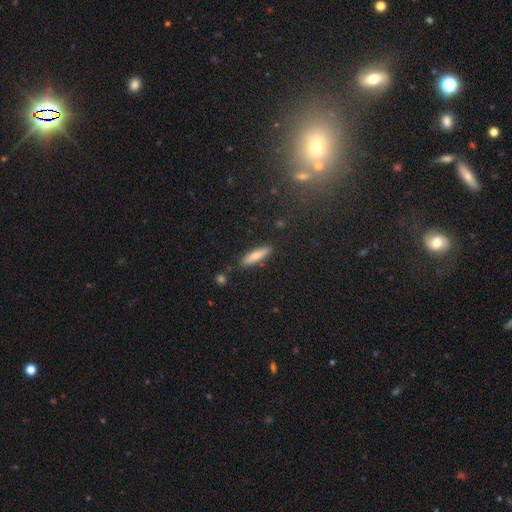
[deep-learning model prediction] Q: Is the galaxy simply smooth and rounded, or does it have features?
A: smooth — 77%.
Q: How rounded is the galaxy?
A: cigar-shaped — 71%.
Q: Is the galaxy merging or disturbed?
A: none — 87%.